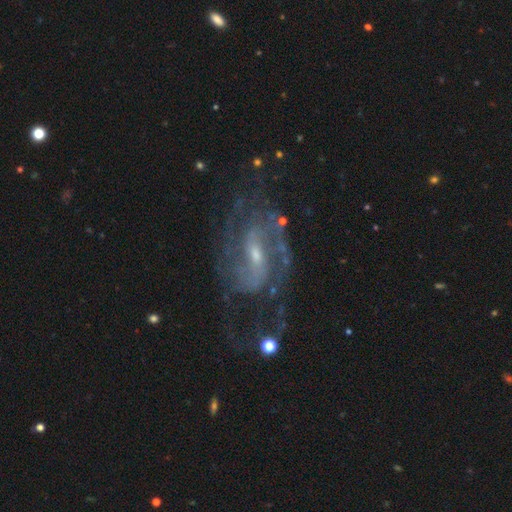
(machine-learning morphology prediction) smooth-or-featured: featured or disk: 88% | star or artifact: 7% | smooth: 5%
  disk-edge-on: no: 97% | yes: 3%
    bar: weak: 49% | strong: 30% | no: 22%
    has-spiral-arms: yes: 96% | no: 4%
      spiral-winding: medium: 52% | tight: 30% | loose: 18%
      spiral-arm-count: 2: 70% | can't tell: 12% | 3: 8% | 1: 3% | 4: 3% | more than 4: 3%
    bulge-size: small: 67% | moderate: 27% | none: 4% | large: 2% | dominant: 1%
  merging: none: 64% | minor disturbance: 17% | major disturbance: 16% | merger: 3%